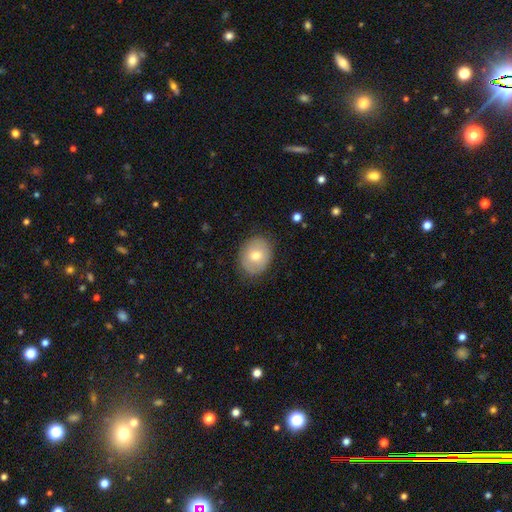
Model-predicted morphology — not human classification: This is likely a smooth galaxy (71%). How rounded: possibly round (53%). Merging: clearly none (82%).